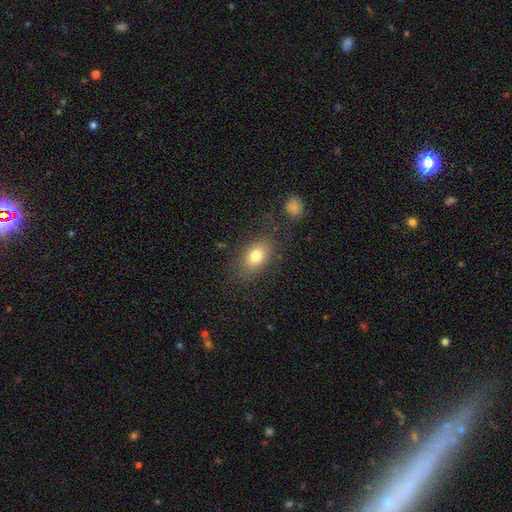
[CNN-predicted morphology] smooth-or-featured: smooth: 77% | featured or disk: 14% | star or artifact: 9%
  how-rounded: in between: 83% | round: 15% | cigar-shaped: 3%
  merging: none: 75% | minor disturbance: 15% | major disturbance: 7% | merger: 3%